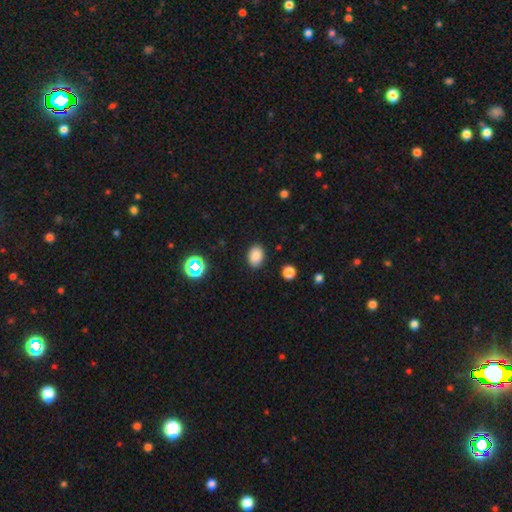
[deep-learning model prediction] Q: Smooth or featured?
A: smooth (85%); runner-up: star or artifact (11%)
Q: How rounded?
A: in between (79%); runner-up: round (20%)
Q: Merging?
A: none (87%); runner-up: minor disturbance (9%)